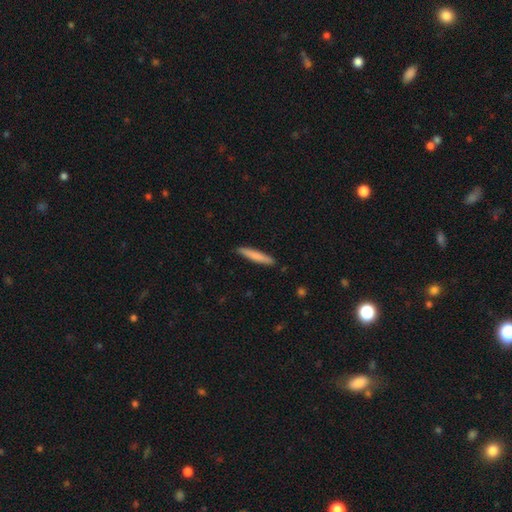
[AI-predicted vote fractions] This appears to be a smooth galaxy with no disk features (77%) that is cigar-shaped (94%). Merging: none (89%).